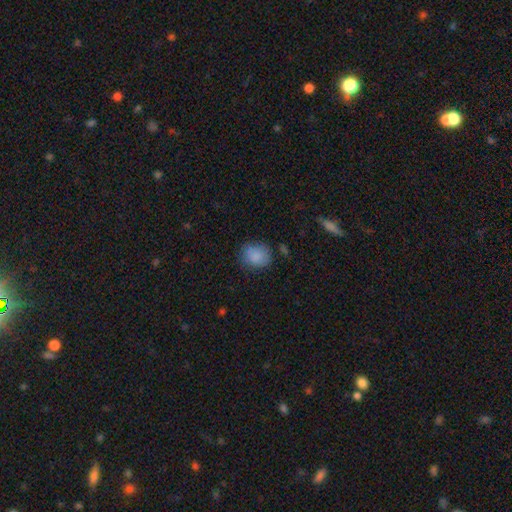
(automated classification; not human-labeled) smooth_or_featured: smooth (p=0.85) [alt: star or artifact p=0.09]
how_rounded: round (p=0.60) [alt: in between p=0.39]
merging: none (p=0.74) [alt: minor disturbance p=0.19]